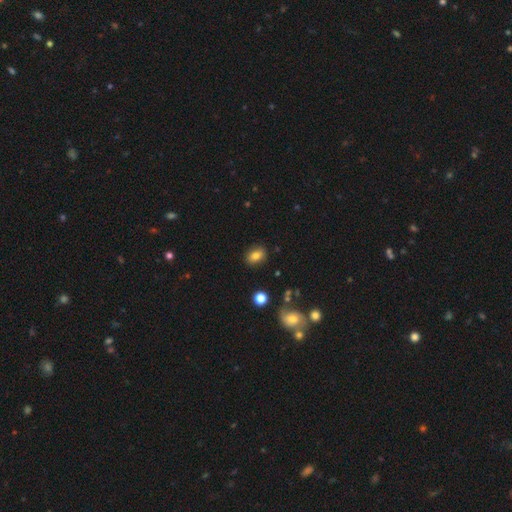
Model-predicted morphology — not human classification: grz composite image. It shows a smooth galaxy with no disk features (81%) that is in between round and cigar-shaped (77%). Merging: none (87%).